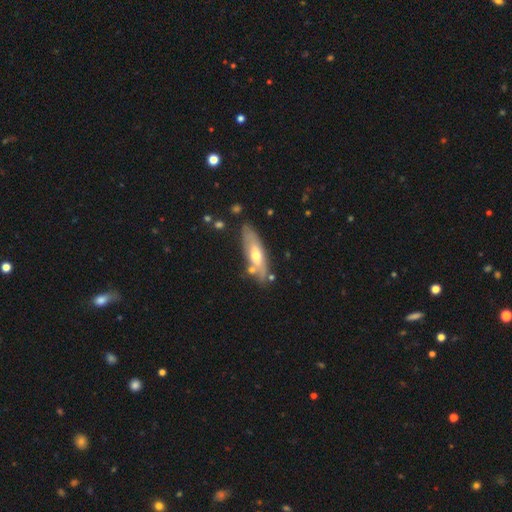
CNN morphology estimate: smooth-or-featured: featured or disk: 52% | smooth: 43% | star or artifact: 6%
  disk-edge-on: no: 52% | yes: 48%
  merging: none: 72% | minor disturbance: 16% | merger: 7% | major disturbance: 4%